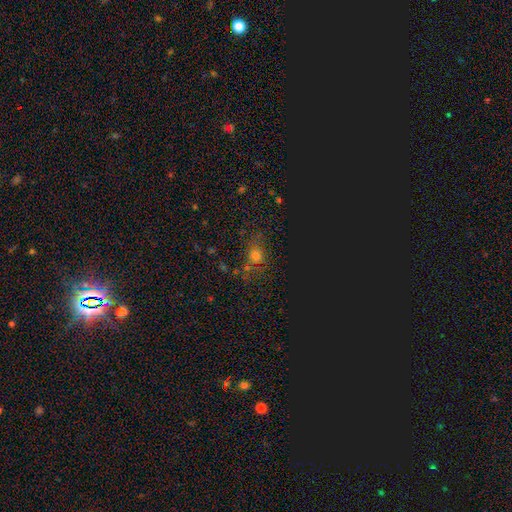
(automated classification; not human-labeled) Smooth or featured: smooth — 54% (star or artifact — 35%)
How rounded: round — 62% (in between — 35%)
Merging: none — 68% (minor disturbance — 16%)